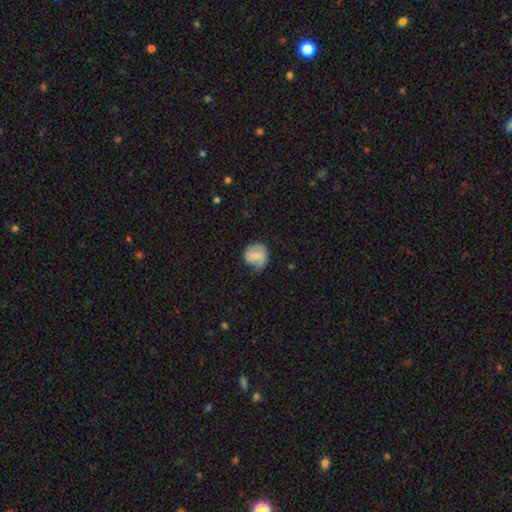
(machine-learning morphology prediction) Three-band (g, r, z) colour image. It shows a smooth galaxy with no disk features (58%) that is round (81%). Merging: none (57%).